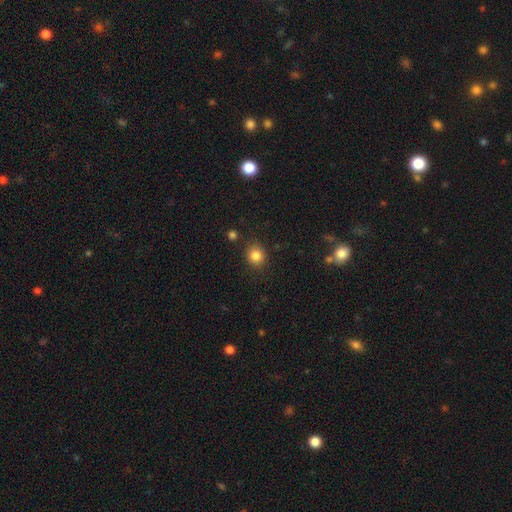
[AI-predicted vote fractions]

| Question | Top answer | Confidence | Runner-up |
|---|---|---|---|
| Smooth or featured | smooth | 84% | star or artifact (11%) |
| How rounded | round | 79% | in between (20%) |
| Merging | none | 84% | minor disturbance (10%) |